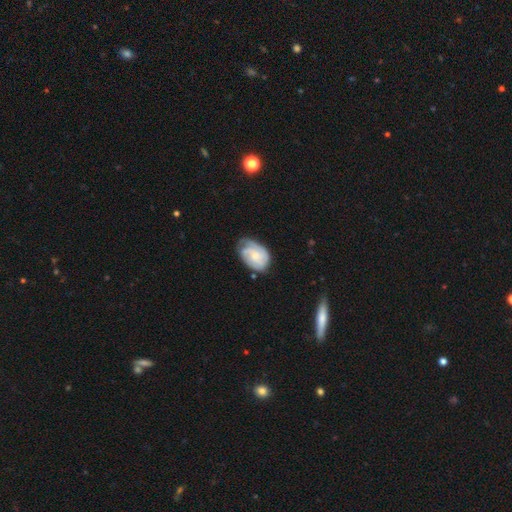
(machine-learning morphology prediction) This is likely a featured or disk galaxy (63%). It is clearly not viewed edge-on (97%). Bar: likely no (70%). Spiral arm pattern: clearly yes (89%). Spiral arm count: marginally can't tell (35%). Spiral winding: possibly tight (55%). Central bulge: possibly small (51%). Merging: possibly none (56%).